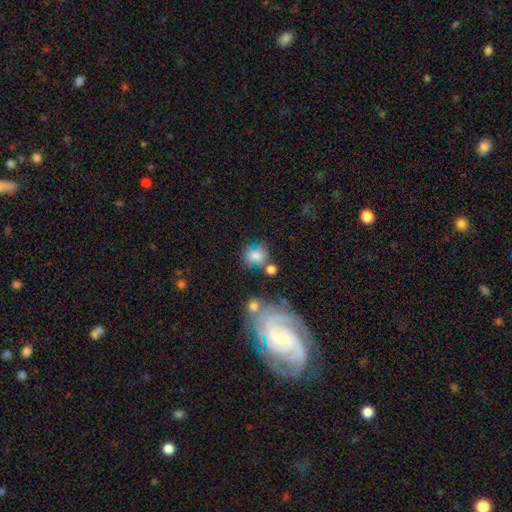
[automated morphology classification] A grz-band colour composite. It shows a smooth galaxy with no disk features (71%) that is round (72%). Merging: none (50%).